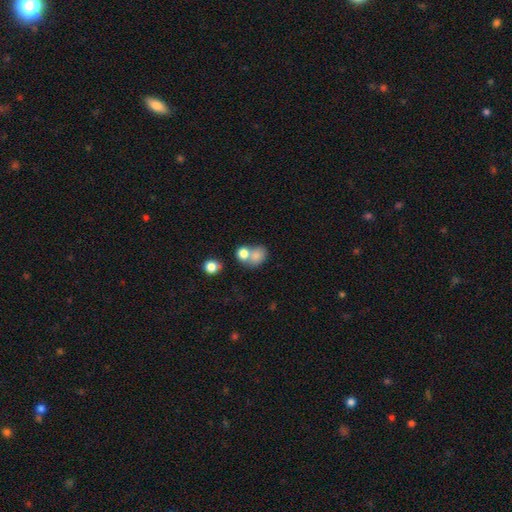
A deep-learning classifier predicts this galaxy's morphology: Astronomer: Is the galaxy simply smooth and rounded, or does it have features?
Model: smooth — 78%.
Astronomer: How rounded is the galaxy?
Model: round — 54% (runner-up: in between, 45%).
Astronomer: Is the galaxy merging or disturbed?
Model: merger — 49% (runner-up: none, 36%).